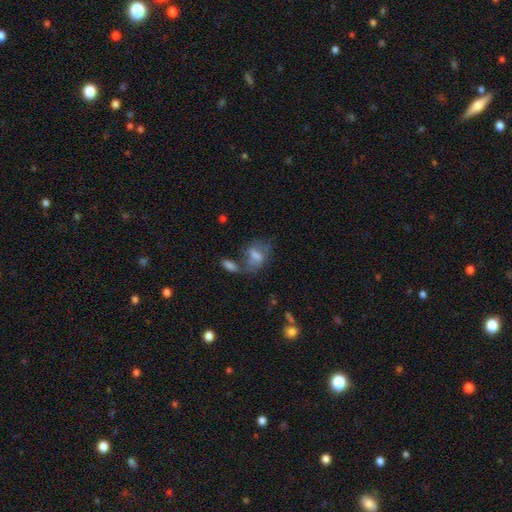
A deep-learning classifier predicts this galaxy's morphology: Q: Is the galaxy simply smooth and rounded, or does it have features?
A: smooth — 47%.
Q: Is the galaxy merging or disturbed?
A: none — 41%.